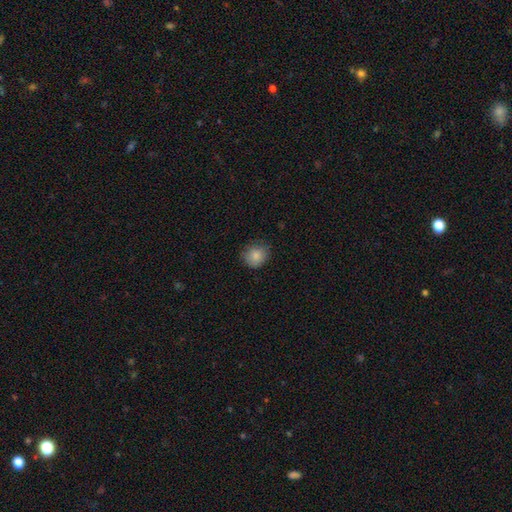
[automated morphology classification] This is clearly a smooth galaxy (84%). How rounded: likely round (78%). Merging: likely none (78%).